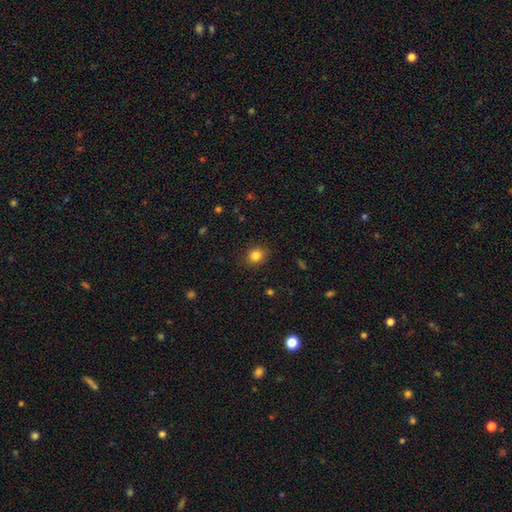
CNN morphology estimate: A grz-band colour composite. It shows a smooth galaxy with no disk features (83%) that is round (70%). Merging: none (89%).